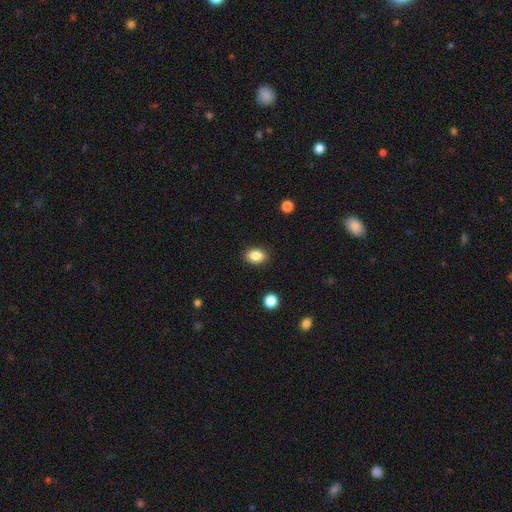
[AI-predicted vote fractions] Overall: smooth (86%). How rounded: in between (78%). Merging: none (88%).